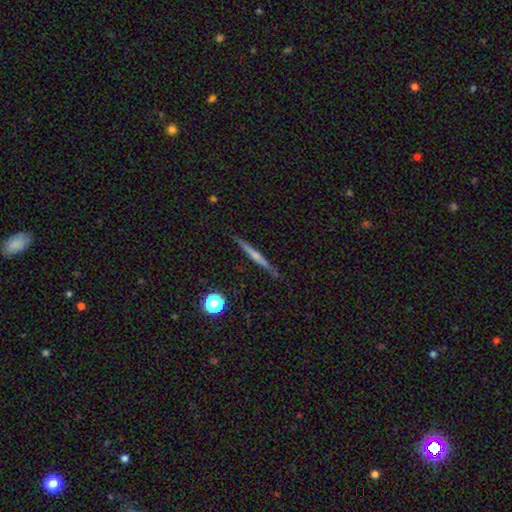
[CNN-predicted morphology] Smooth or featured? featured or disk (56%)
Edge-on disk? yes (97%)
Edge-on bulge? none (46%)
Merging? none (88%)